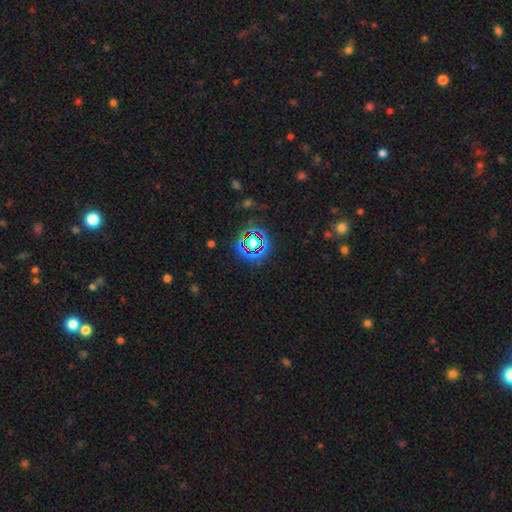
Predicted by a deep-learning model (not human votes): star or artifact 59%, smooth 24%, featured or disk 17%.